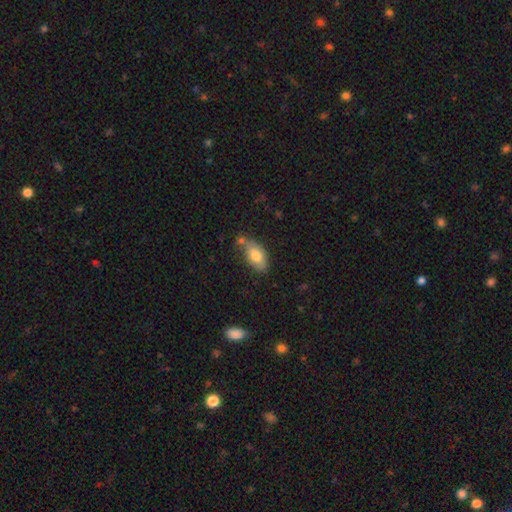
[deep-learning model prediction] smooth 77%, featured or disk 16%, star or artifact 7%. Down the decision tree: how rounded — in between (91%); merging — none (61%).